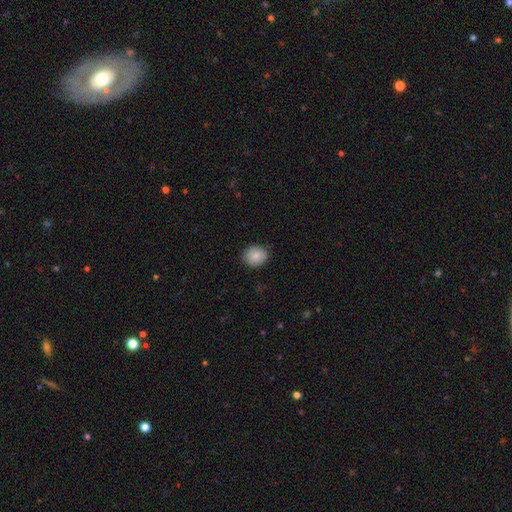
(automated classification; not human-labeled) Overall: smooth (88%). How rounded: round (64%; in between 36%). Merging: none (84%).